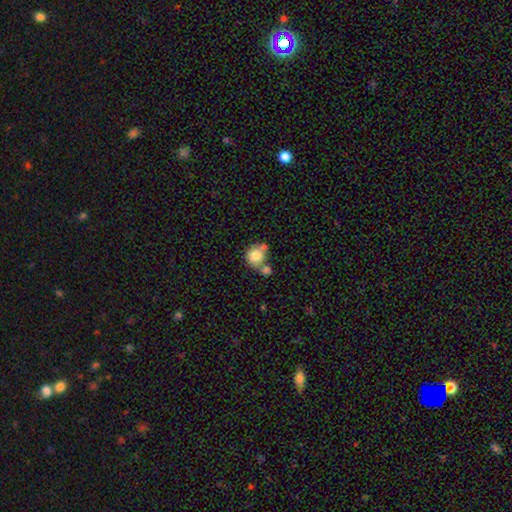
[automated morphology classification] Smooth or featured: smooth — 80% (featured or disk — 11%)
How rounded: round — 86% (in between — 13%)
Merging: none — 48% (merger — 37%)